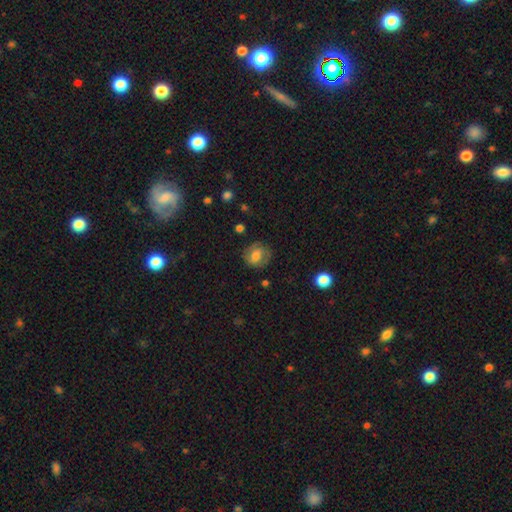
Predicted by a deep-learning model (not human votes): smooth-or-featured: smooth: 65% | featured or disk: 26% | star or artifact: 9%
  how-rounded: round: 75% | in between: 24% | cigar-shaped: 1%
  merging: none: 74% | minor disturbance: 17% | major disturbance: 7% | merger: 1%